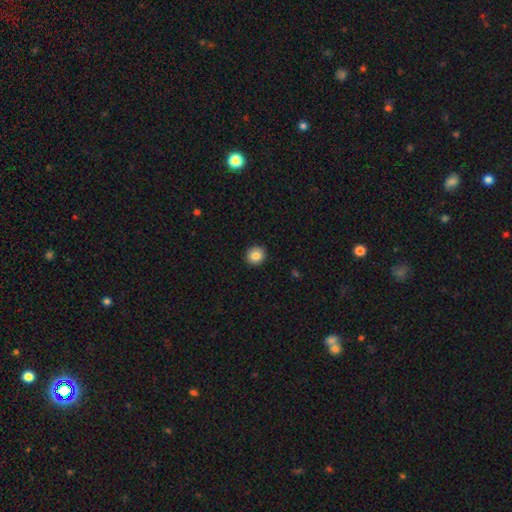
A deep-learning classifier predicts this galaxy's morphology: type=smooth (85%); roundness=round (87%); merging=none (92%).